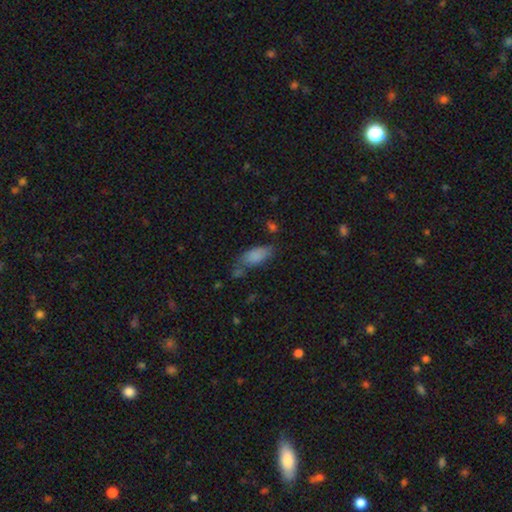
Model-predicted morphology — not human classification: This is clearly a smooth galaxy (83%). How rounded: clearly in between (84%). Merging: possibly none (51%).